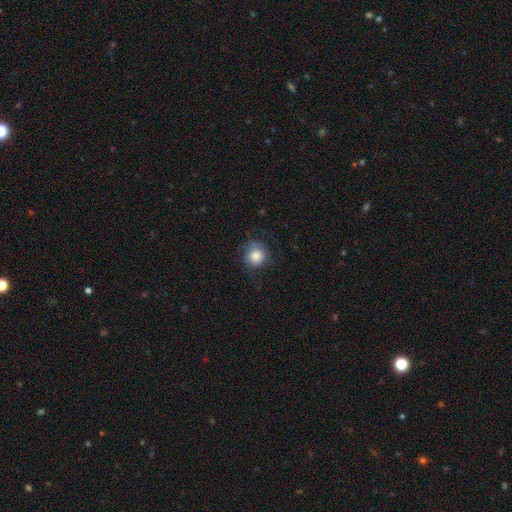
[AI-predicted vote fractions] A smooth galaxy with no disk features (79%) that is round (88%).

Vote fractions:
- Smooth or featured? smooth: 79% / featured or disk: 13% / star or artifact: 8%
- How rounded? round: 88% / in between: 11% / cigar-shaped: 1%
- Merging? none: 68% / minor disturbance: 21% / major disturbance: 9% / merger: 1%